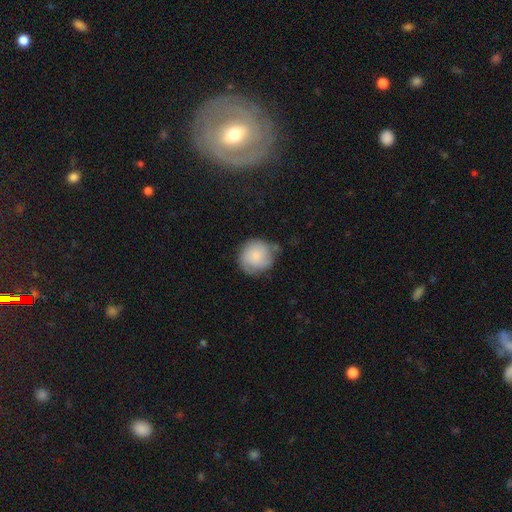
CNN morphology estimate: A smooth galaxy with no disk features (78%) that is round (89%).

Vote fractions:
- Smooth or featured? smooth: 78% / featured or disk: 15% / star or artifact: 7%
- How rounded? round: 89% / in between: 10% / cigar-shaped: 1%
- Merging? none: 57% / minor disturbance: 30% / major disturbance: 8% / merger: 4%